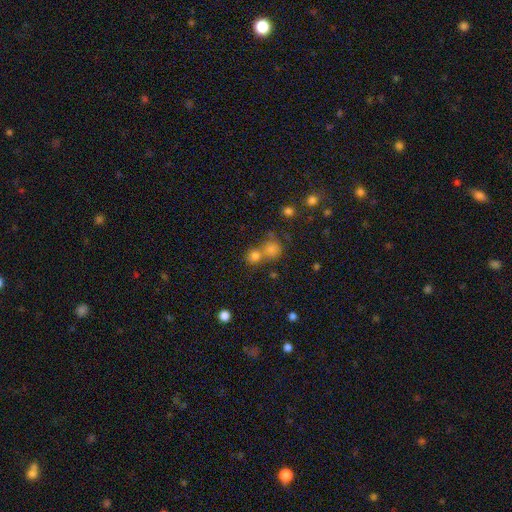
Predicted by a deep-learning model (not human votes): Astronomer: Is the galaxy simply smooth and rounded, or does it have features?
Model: smooth — 71%.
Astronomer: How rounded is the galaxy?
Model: round — 82%.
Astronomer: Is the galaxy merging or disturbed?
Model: none — 49% (runner-up: merger, 40%).